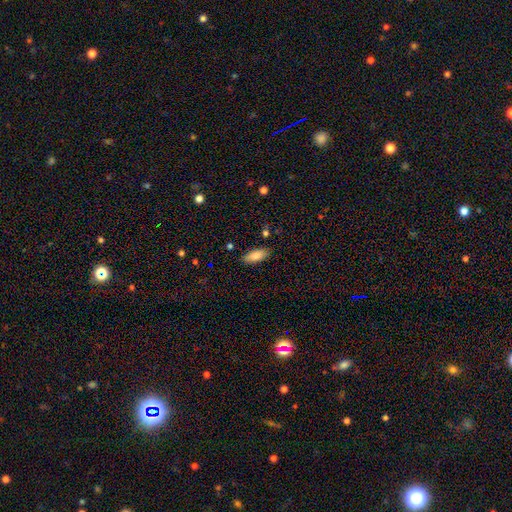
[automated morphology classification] Q: Smooth or featured?
A: smooth (84%); runner-up: featured or disk (10%)
Q: How rounded?
A: in between (79%); runner-up: cigar-shaped (19%)
Q: Merging?
A: none (86%); runner-up: minor disturbance (10%)